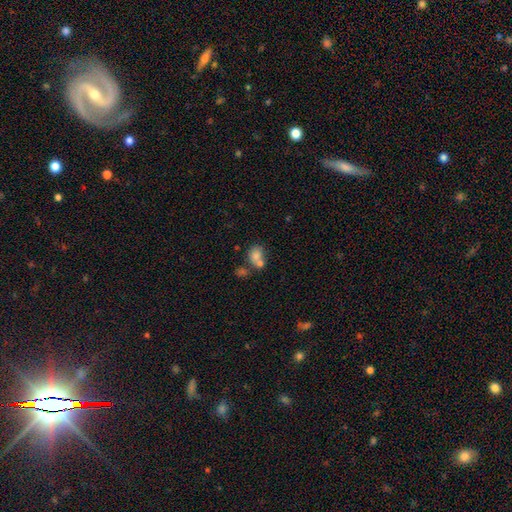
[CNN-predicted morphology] This appears to be a smooth galaxy with no disk features (75%) that is round (57%). Merging: merger (47%).